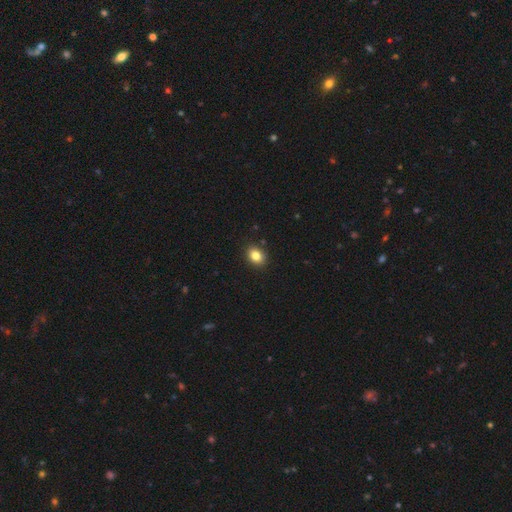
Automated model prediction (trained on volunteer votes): A smooth galaxy with no disk features (83%) that is in between round and cigar-shaped (65%).

Vote fractions:
- Smooth or featured? smooth: 83% / star or artifact: 10% / featured or disk: 7%
- How rounded? in between: 65% / round: 34% / cigar-shaped: 1%
- Merging? none: 89% / minor disturbance: 8% / major disturbance: 2% / merger: 1%